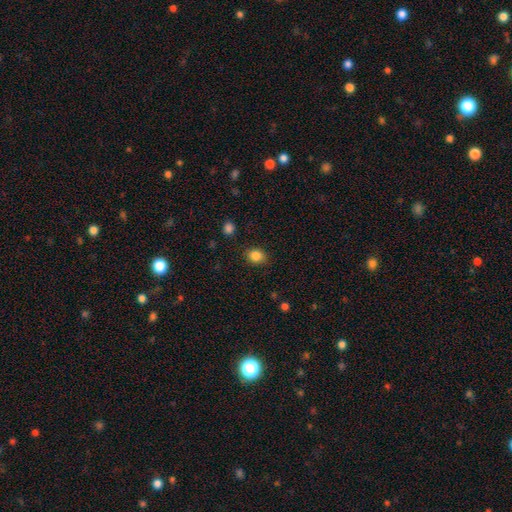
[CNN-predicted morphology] This appears to be a smooth galaxy with no disk features (85%) that is round (64%). Merging: none (87%).